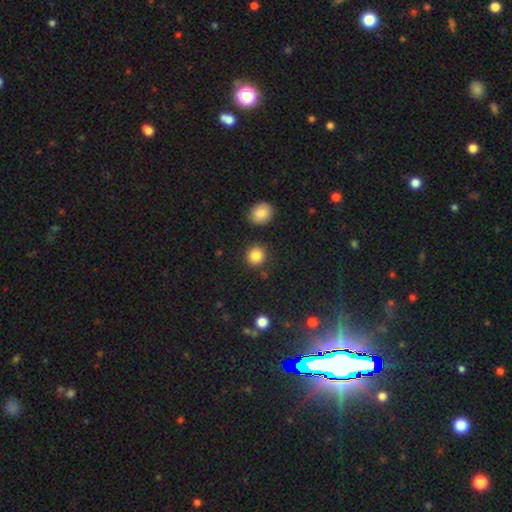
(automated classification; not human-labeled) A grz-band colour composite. It shows a smooth galaxy with no disk features (86%) that is round (90%). Merging: none (87%).